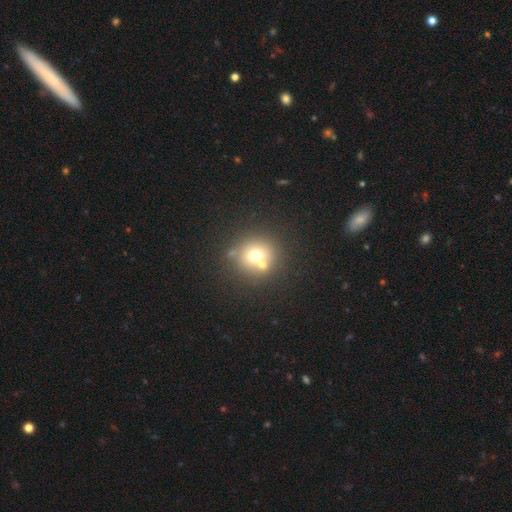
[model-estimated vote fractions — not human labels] Smooth or featured: smooth — 66% (featured or disk — 19%)
How rounded: round — 89% (in between — 10%)
Merging: none — 59% (merger — 29%)